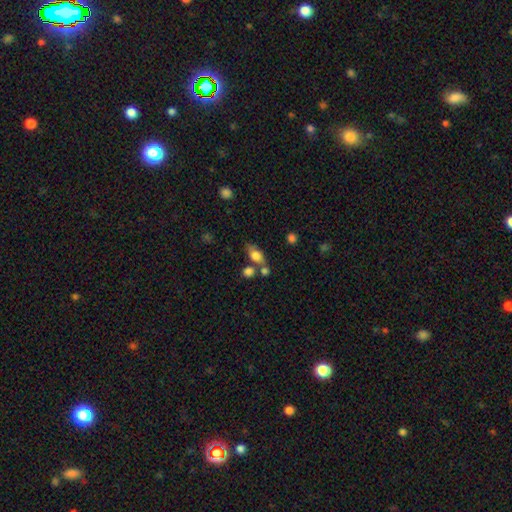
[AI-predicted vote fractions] This is likely a smooth galaxy (78%). How rounded: clearly in between (81%). Merging: possibly none (52%).